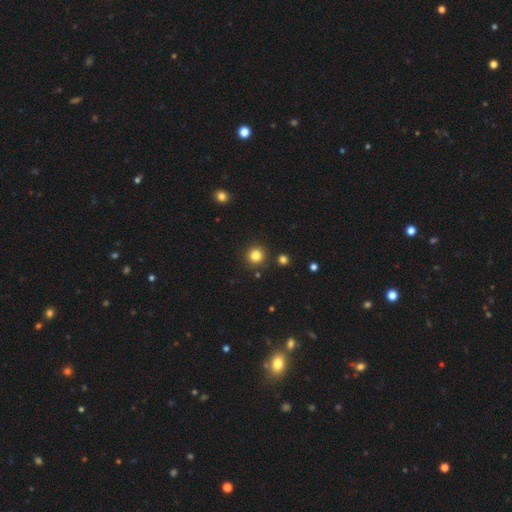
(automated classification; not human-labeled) Q: Smooth or featured?
A: smooth (83%); runner-up: star or artifact (12%)
Q: How rounded?
A: round (94%); runner-up: in between (5%)
Q: Merging?
A: none (89%); runner-up: minor disturbance (6%)